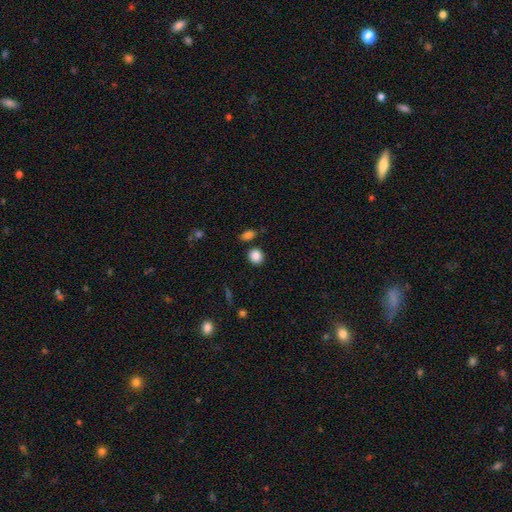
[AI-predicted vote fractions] Morphology: type=smooth (87%); roundness=round (73%); merging=none (83%).